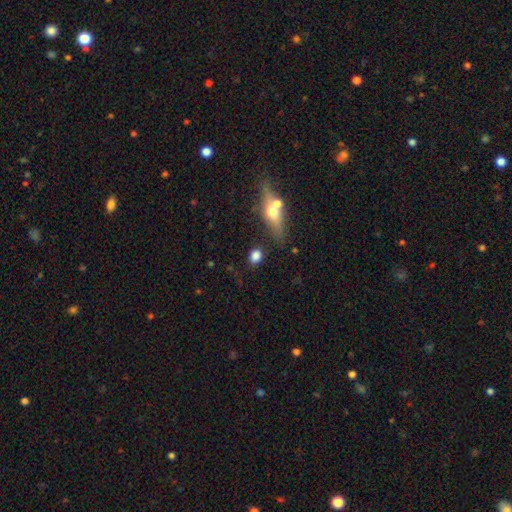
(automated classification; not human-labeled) Smooth or featured?
  - smooth: 81% *
  - star or artifact: 10%
  - featured or disk: 9%
How rounded?
  - in between: 49% *
  - round: 46%
  - cigar-shaped: 5%
Merging?
  - none: 76% *
  - minor disturbance: 12%
  - merger: 7%
  - major disturbance: 5%